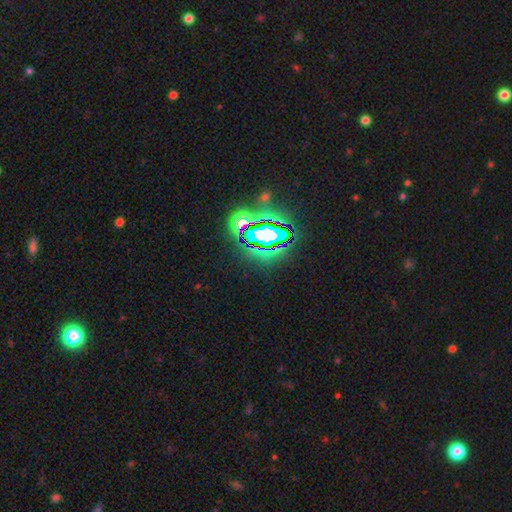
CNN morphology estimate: This is clearly a star or artifact rather than a galaxy (80%).